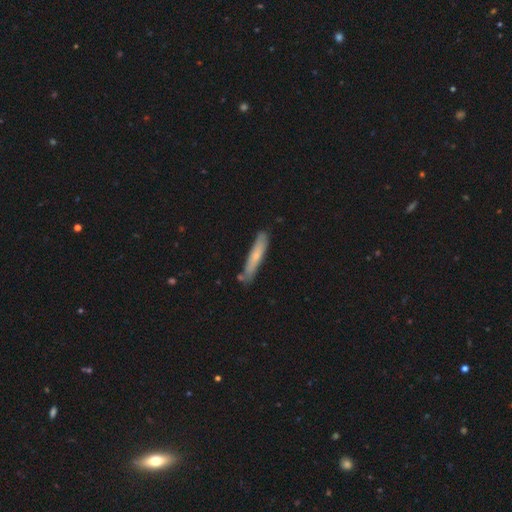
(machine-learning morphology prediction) This is likely a smooth galaxy (64%). How rounded: clearly cigar-shaped (92%). Merging: likely none (77%).